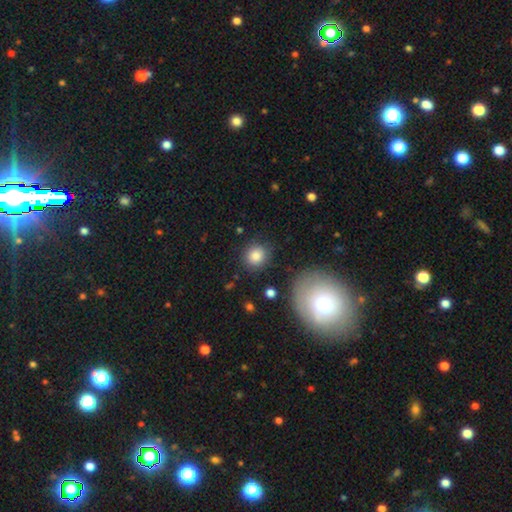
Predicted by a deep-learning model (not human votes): Morphology: type=smooth (84%); roundness=round (85%); merging=none (85%).